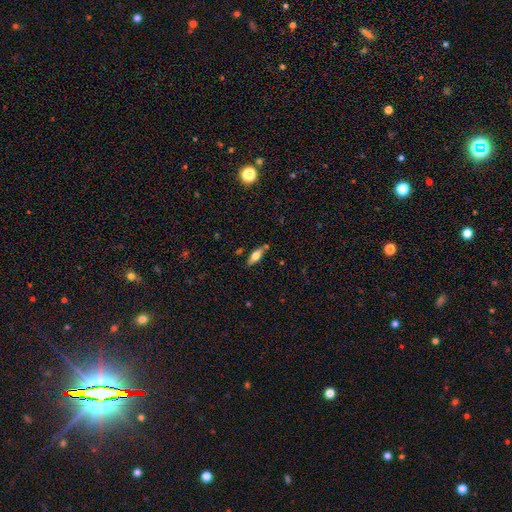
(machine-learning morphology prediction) smooth 56%, featured or disk 36%, star or artifact 8%. Down the decision tree: how rounded — in between (66%); merging — none (78%).